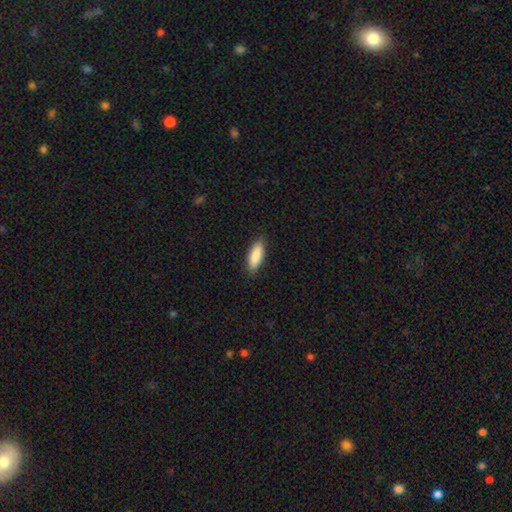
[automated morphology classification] smooth 88%, featured or disk 6%, star or artifact 5%. Down the decision tree: how rounded — in between (64%); merging — none (88%).